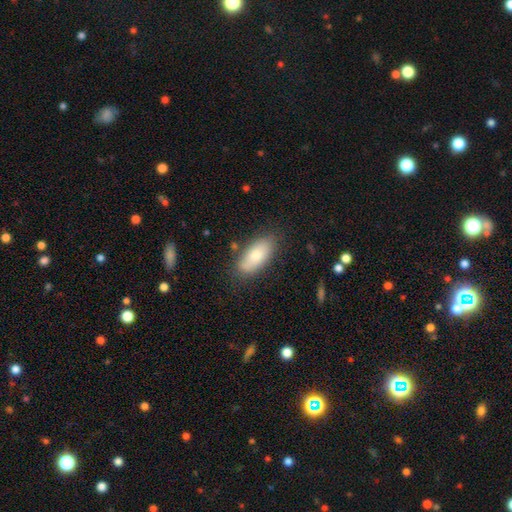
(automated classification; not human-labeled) smooth_or_featured: smooth (p=0.78) [alt: featured or disk p=0.15]
how_rounded: in between (p=0.86) [alt: cigar-shaped p=0.11]
merging: none (p=0.77) [alt: minor disturbance p=0.16]